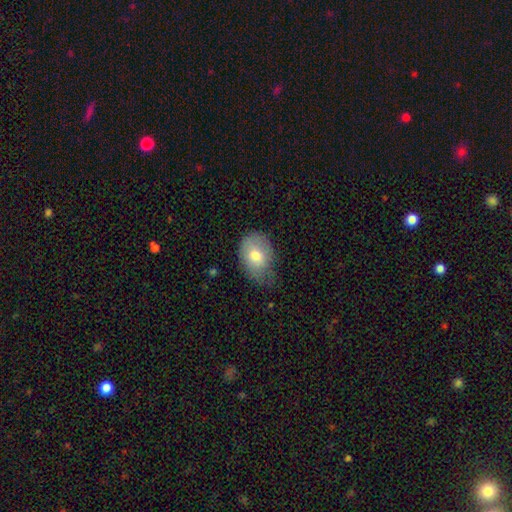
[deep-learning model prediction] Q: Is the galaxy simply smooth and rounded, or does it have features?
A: smooth — 73%.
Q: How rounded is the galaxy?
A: in between — 77%.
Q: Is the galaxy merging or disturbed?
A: none — 46%.